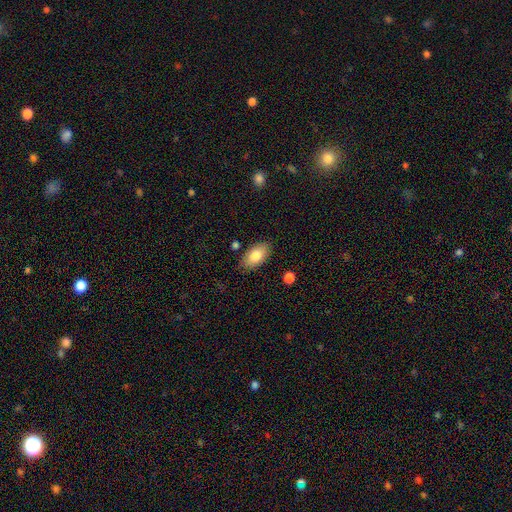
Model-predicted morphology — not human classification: smooth 81%, featured or disk 13%, star or artifact 6%. Down the decision tree: how rounded — in between (94%); merging — none (84%).